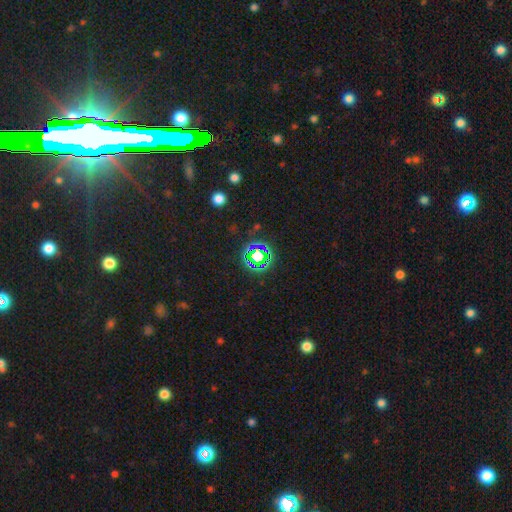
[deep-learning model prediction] This is likely a star or artifact rather than a galaxy (70%).